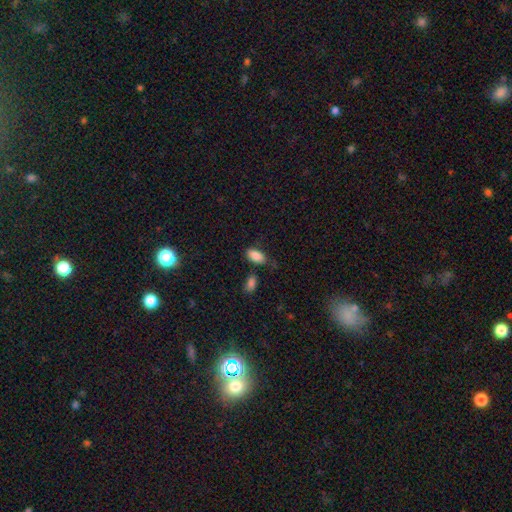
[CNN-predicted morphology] smooth 88%, star or artifact 8%, featured or disk 4%. Down the decision tree: how rounded — in between (93%); merging — none (72%).